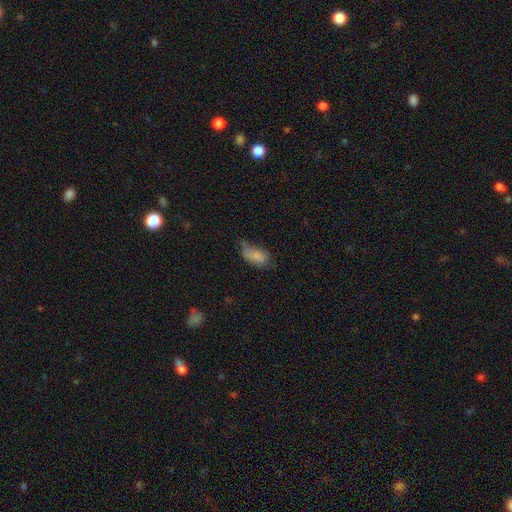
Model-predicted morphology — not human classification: Smooth or featured: smooth — 78% (featured or disk — 13%)
How rounded: in between — 90% (cigar-shaped — 6%)
Merging: none — 41% (minor disturbance — 38%)